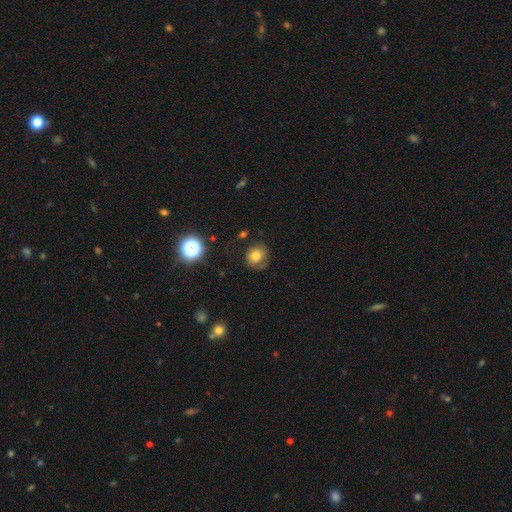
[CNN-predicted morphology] smooth 73%, featured or disk 14%, star or artifact 13%. Down the decision tree: how rounded — round (83%); merging — none (70%).